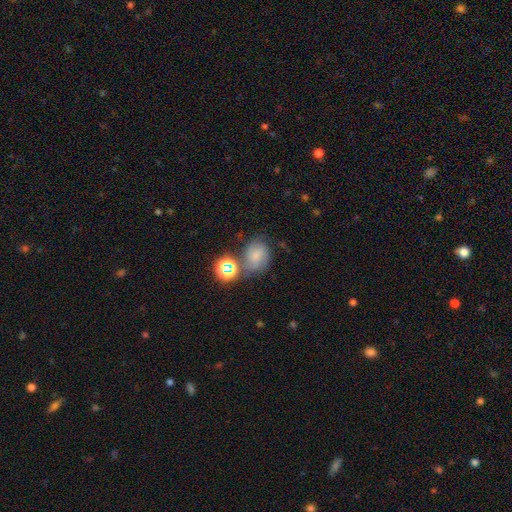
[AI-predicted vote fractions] Q: Smooth or featured?
A: smooth (57%); runner-up: featured or disk (24%)
Q: How rounded?
A: round (50%); runner-up: in between (49%)
Q: Merging?
A: none (52%); runner-up: minor disturbance (22%)